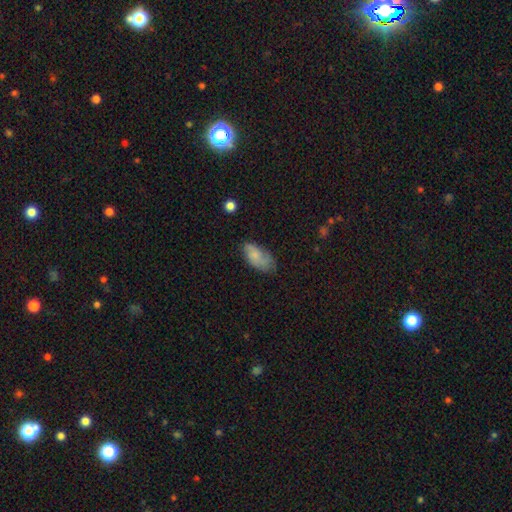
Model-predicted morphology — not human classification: Smooth or featured? smooth (67%)
How rounded? in between (92%)
Merging? none (56%)